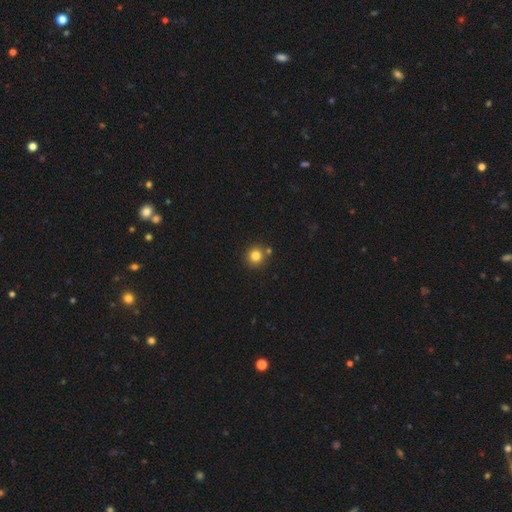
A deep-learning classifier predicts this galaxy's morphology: smooth 82%, star or artifact 12%, featured or disk 6%. Down the decision tree: how rounded — round (94%); merging — none (80%).